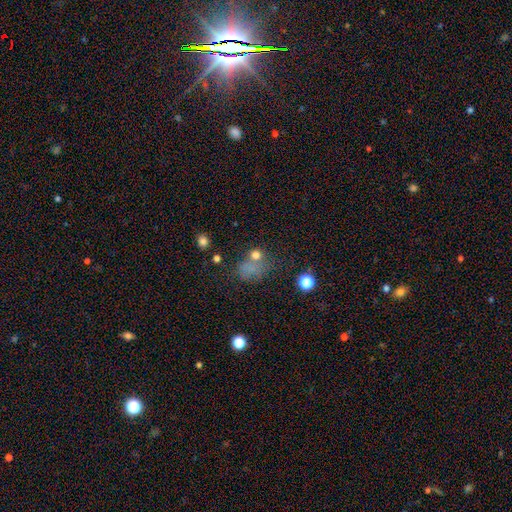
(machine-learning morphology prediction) smooth 65%, star or artifact 23%, featured or disk 12%. Down the decision tree: how rounded — round (66%); merging — none (48%).